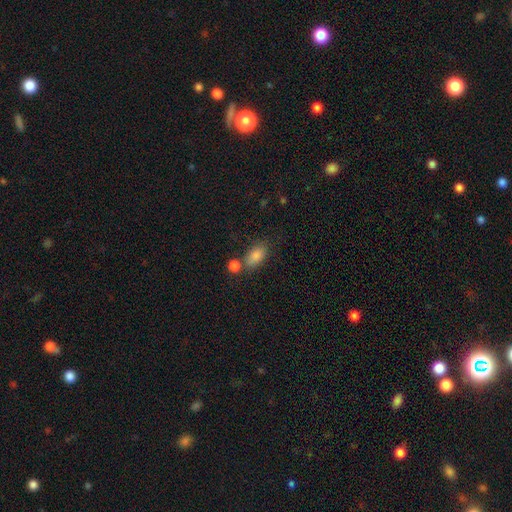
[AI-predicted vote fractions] Smooth or featured? Predicted: smooth (p=0.82). How rounded? Predicted: in between (p=0.88). Merging? Predicted: none (p=0.57).